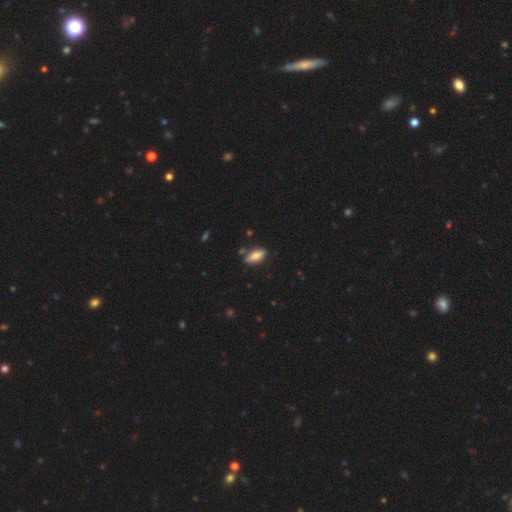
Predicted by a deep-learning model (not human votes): This appears to be a smooth galaxy with no disk features (79%) that is in between round and cigar-shaped (74%). Merging: none (81%).